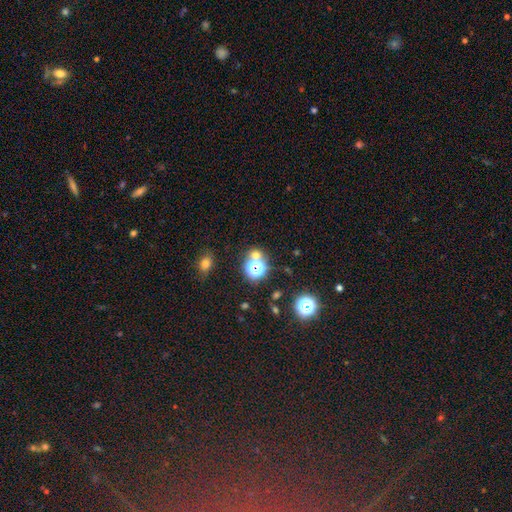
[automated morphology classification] Q: Smooth or featured?
A: smooth (49%); runner-up: star or artifact (44%)
Q: Merging?
A: none (66%); runner-up: merger (21%)